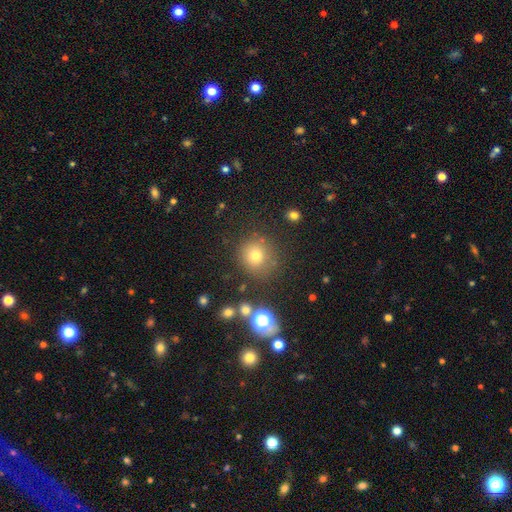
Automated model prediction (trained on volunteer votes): The model was most divided on "smooth or featured": smooth: 71%, star or artifact: 20%, featured or disk: 9%. More confident: how rounded — round (91%); merging — none (82%).